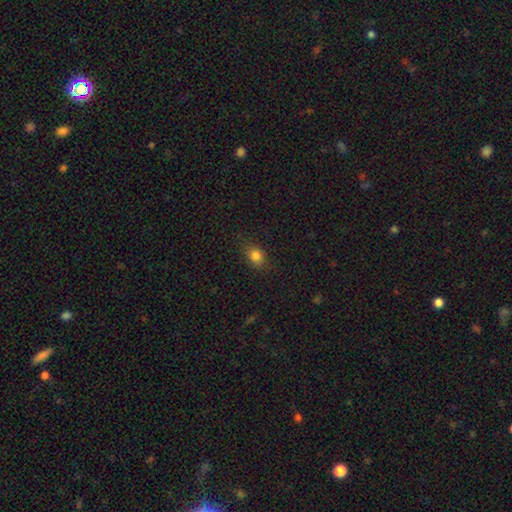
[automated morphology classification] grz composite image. It shows a smooth galaxy with no disk features (81%) that is in between round and cigar-shaped (56%). Merging: none (82%).